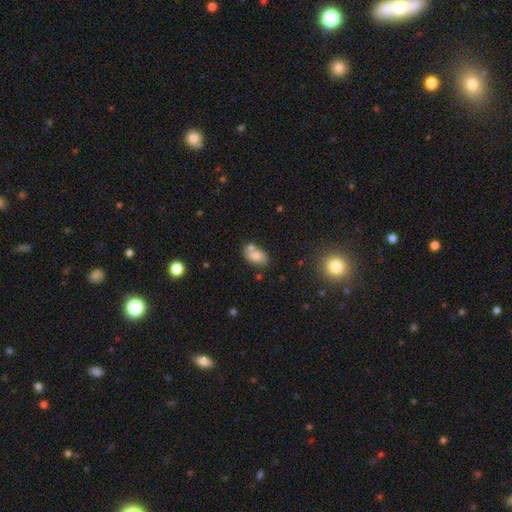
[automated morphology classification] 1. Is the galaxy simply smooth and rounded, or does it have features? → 64% smooth, 26% featured or disk, 11% star or artifact.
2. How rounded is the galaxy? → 87% in between, 11% round, 2% cigar-shaped.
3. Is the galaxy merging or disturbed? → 53% none, 26% merger, 16% minor disturbance, 5% major disturbance.